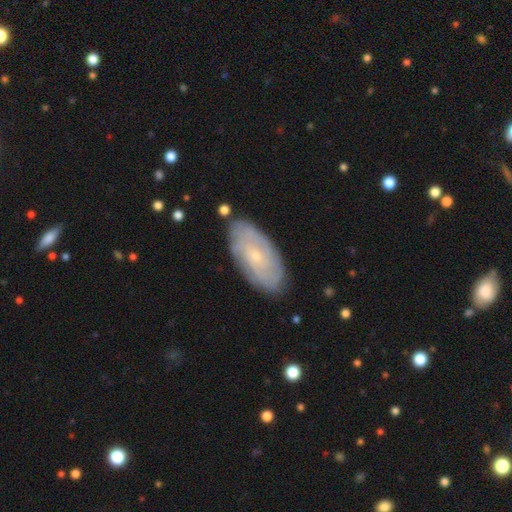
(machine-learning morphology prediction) Smooth or featured: featured or disk — 64% (smooth — 29%)
Edge-on disk: no — 92% (yes — 8%)
Bar: no — 77% (weak — 20%)
Spiral arms: yes — 81% (no — 19%)
Bulge size: small — 81% (moderate — 15%)
Merging: none — 83% (minor disturbance — 13%)